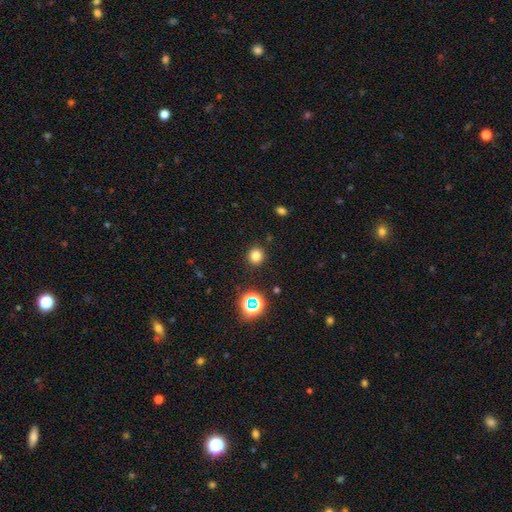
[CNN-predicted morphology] This appears to be a smooth galaxy with no disk features (77%) that is round (89%). Merging: none (90%).